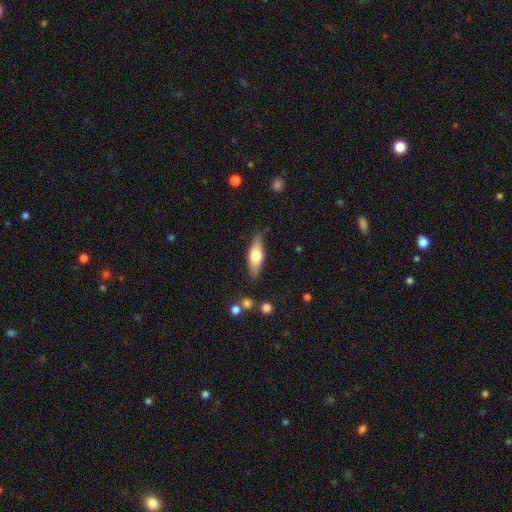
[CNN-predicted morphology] smooth 58%, featured or disk 37%, star or artifact 6%. Down the decision tree: how rounded — in between (56%); merging — none (80%).